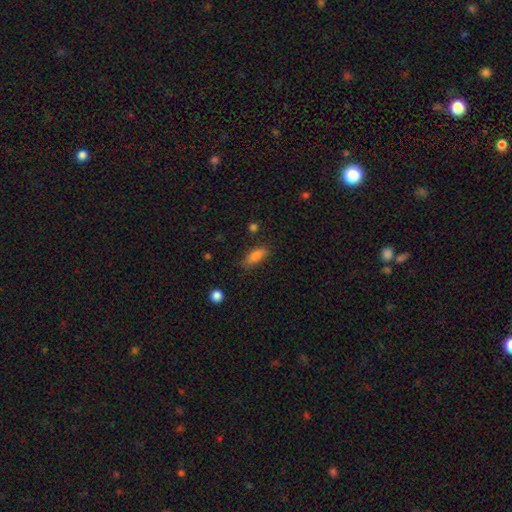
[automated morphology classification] smooth-or-featured: smooth: 82% | featured or disk: 10% | star or artifact: 8%
  how-rounded: in between: 69% | cigar-shaped: 28% | round: 3%
  merging: none: 74% | minor disturbance: 19% | major disturbance: 4% | merger: 2%